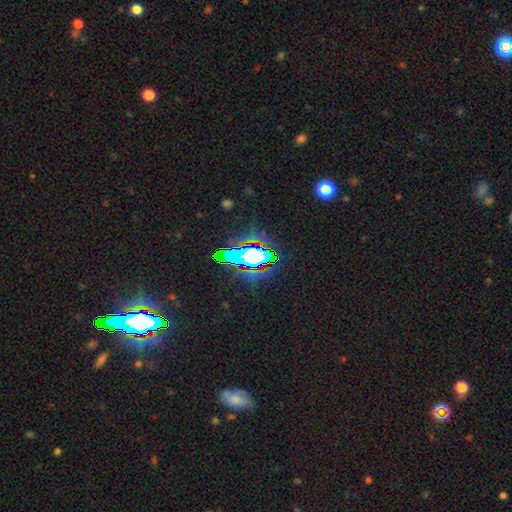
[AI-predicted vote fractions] Smooth or featured?
  - star or artifact: 57% *
  - smooth: 24%
  - featured or disk: 18%